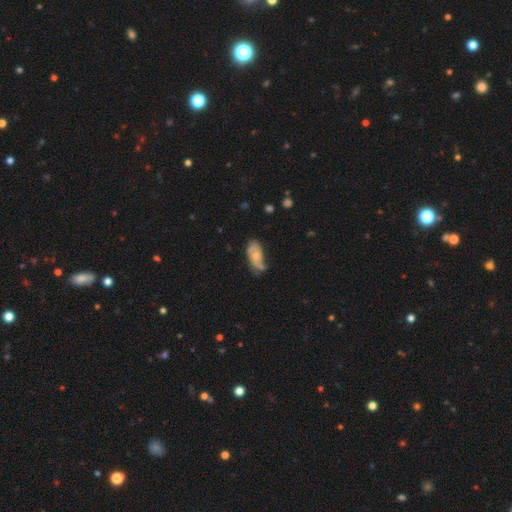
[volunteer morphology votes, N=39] smooth-or-featured: featured or disk: 49% | smooth: 46% | star or artifact: 5%
  disk-edge-on: no: 100% | yes: 0%
    bar: no: 84% | weak: 11% | strong: 5%
    has-spiral-arms: yes: 63% | no: 37%
      spiral-winding: medium: 42% (tied) | loose: 42% (tied) | tight: 17%
      spiral-arm-count: 2: 75% | can't tell: 25% | 1: 0% | 3: 0% | 4: 0% | more than 4: 0%
    bulge-size: small: 47% | moderate: 32% | none: 16% | dominant: 5% | large: 0%
  merging: minor disturbance: 32% | none: 27% | major disturbance: 24% | merger: 16%